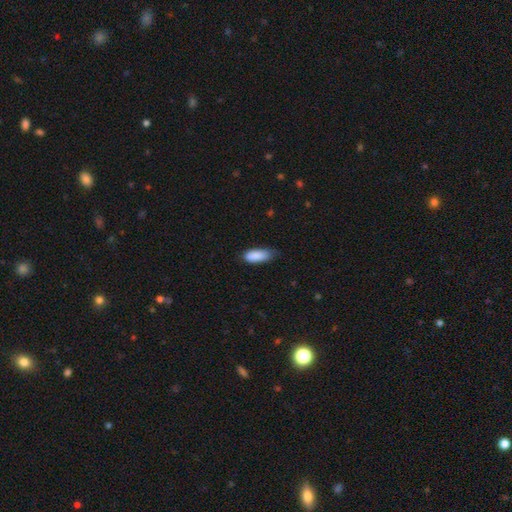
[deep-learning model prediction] Smooth or featured? Predicted: smooth (p=0.88). How rounded? Predicted: in between (p=0.78). Merging? Predicted: none (p=0.56).